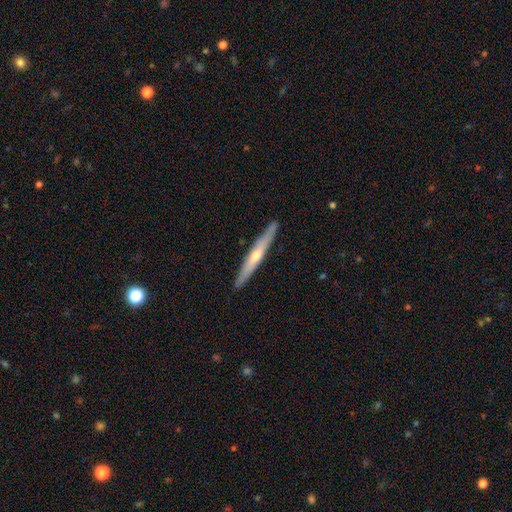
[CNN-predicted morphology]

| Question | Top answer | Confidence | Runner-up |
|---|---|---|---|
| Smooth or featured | featured or disk | 60% | smooth (35%) |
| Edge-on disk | yes | 95% | no (5%) |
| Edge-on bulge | rounded | 72% | none (25%) |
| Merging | none | 91% | minor disturbance (7%) |